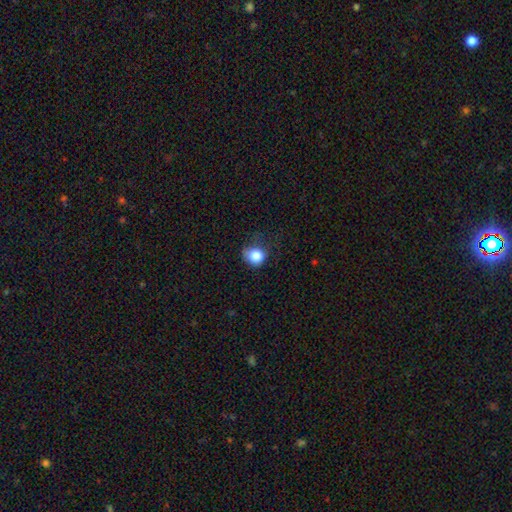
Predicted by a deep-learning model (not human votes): smooth 85%, star or artifact 10%, featured or disk 6%. Down the decision tree: how rounded — round (78%); merging — none (50%).